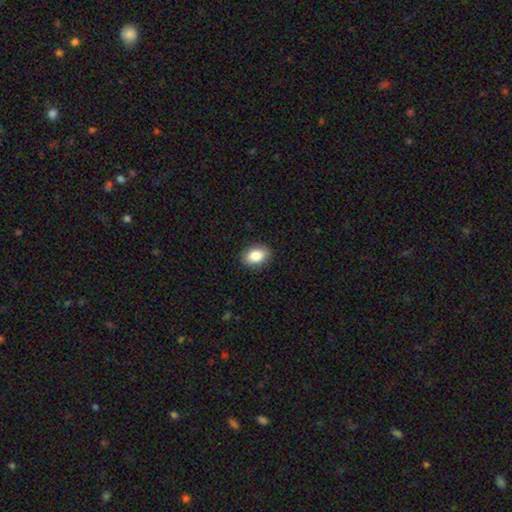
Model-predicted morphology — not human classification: type=smooth (84%); roundness=in between (78%); merging=none (89%).